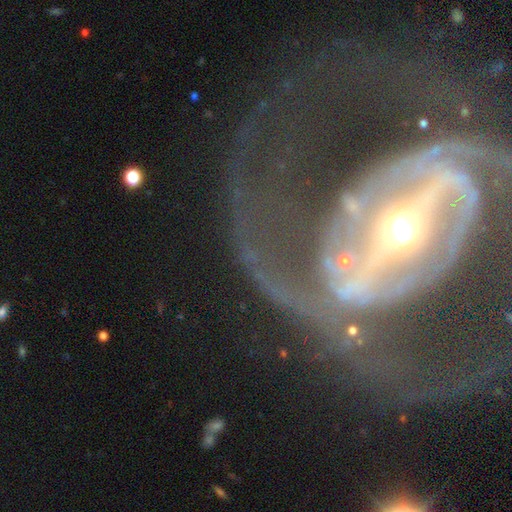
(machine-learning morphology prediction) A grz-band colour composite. It shows a featured or disk galaxy (85%) with a strong bar (67%), 2 (70%) loose (39%) spiral arms (68%) and a moderate central bulge (58%). Merging: none (47%).